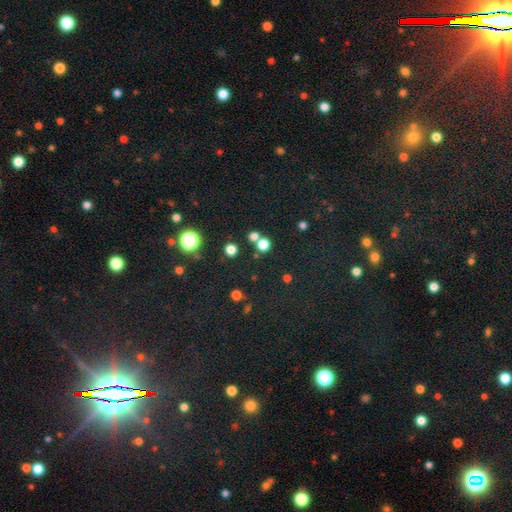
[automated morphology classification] A star or artifact, not a galaxy (83%).